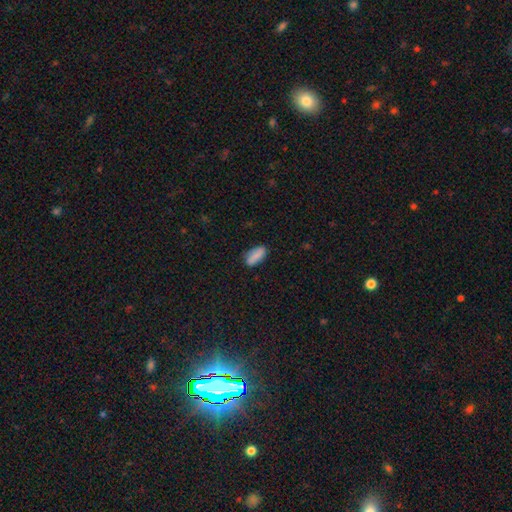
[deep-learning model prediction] Smooth or featured? smooth (84%)
How rounded? in between (84%)
Merging? none (83%)